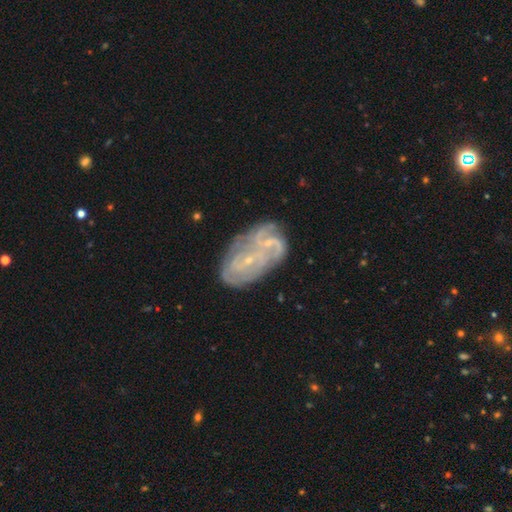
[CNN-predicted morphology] type=featured or disk (72%); edge-on=no (96%); bar=no (60%); spiral arms=yes (77%); winding=tight (46%); arm count=can't tell (41%); bulge=small (79%); merging=none (58%).